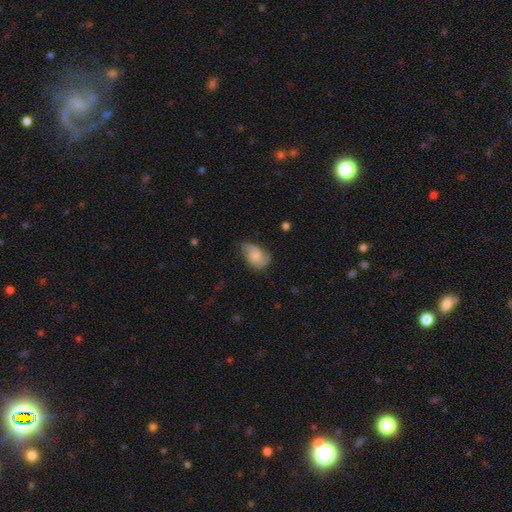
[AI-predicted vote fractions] A featured or disk galaxy (53%) with no bar (70%), spiral arms (89%) and a small central bulge (45%). Merging: none (56%).